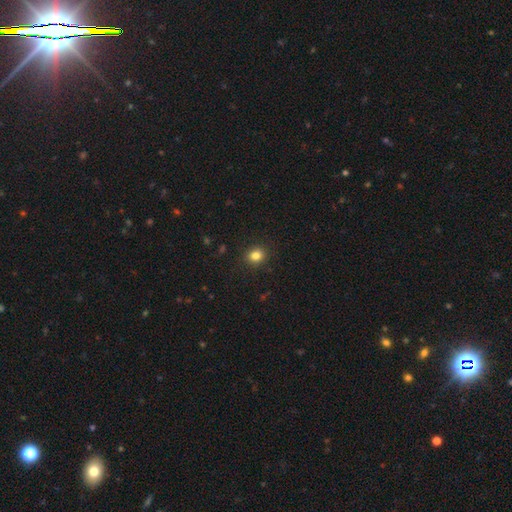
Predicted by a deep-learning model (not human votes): This appears to be a smooth galaxy with no disk features (82%) that is round (73%). Merging: none (90%).